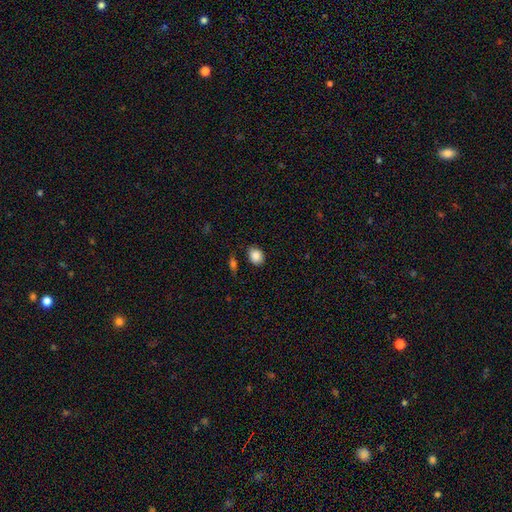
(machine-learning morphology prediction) smooth 87%, star or artifact 9%, featured or disk 4%. Down the decision tree: how rounded — round (53%); merging — none (78%).